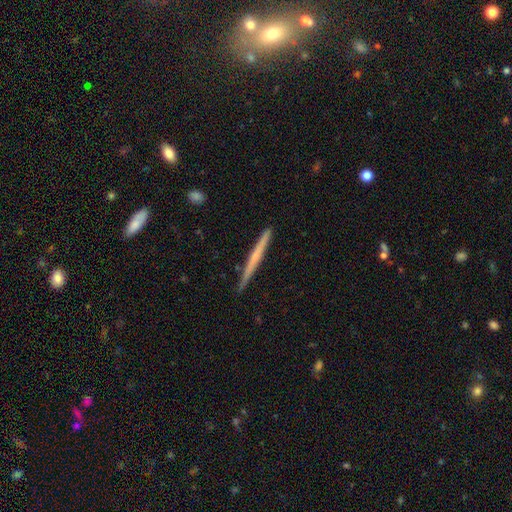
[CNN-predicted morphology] A featured or disk galaxy (55%) viewed edge-on (98%) with no central bulge (71%). Merging: none (90%).